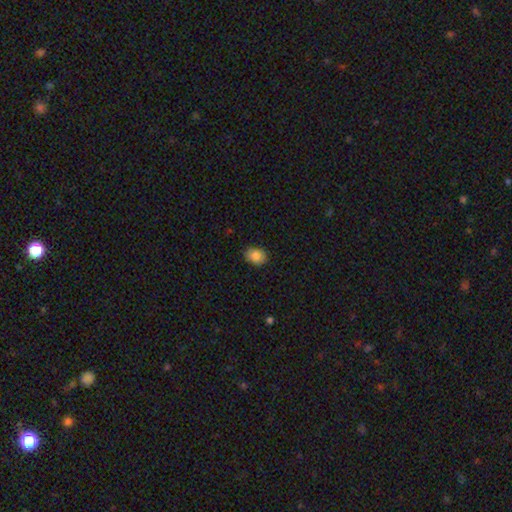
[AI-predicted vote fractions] Overall: smooth (86%). How rounded: in between (66%; round 33%). Merging: none (85%).